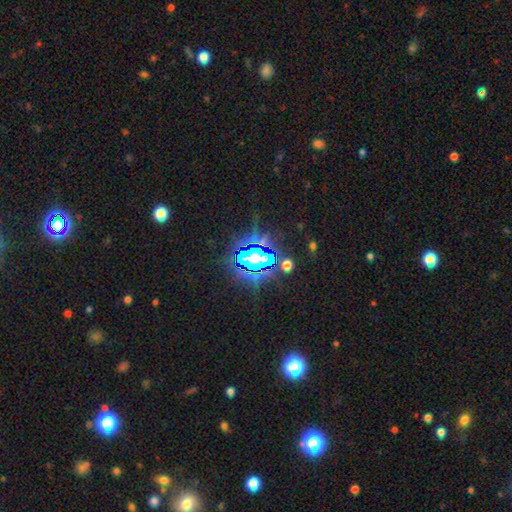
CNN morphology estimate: Smooth or featured? Predicted: star or artifact (p=0.69).